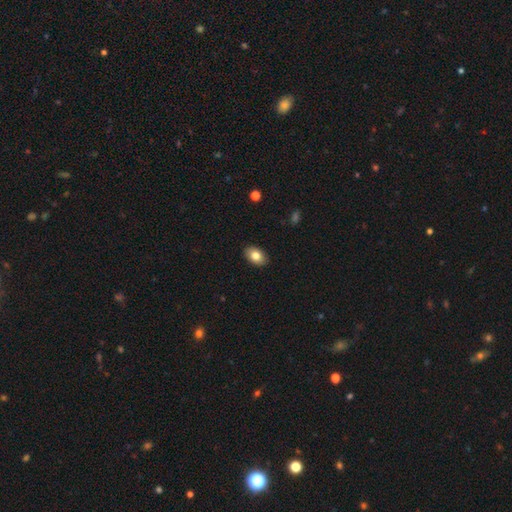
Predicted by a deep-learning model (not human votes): Smooth or featured: smooth — 82% (featured or disk — 10%)
How rounded: in between — 85% (round — 14%)
Merging: none — 89% (minor disturbance — 8%)